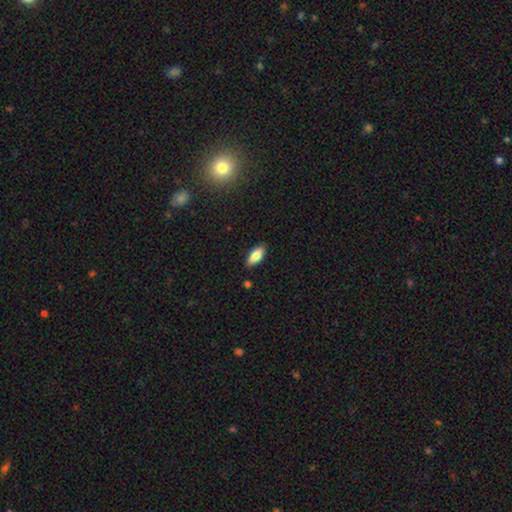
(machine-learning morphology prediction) smooth-or-featured: smooth: 79% | featured or disk: 14% | star or artifact: 7%
  how-rounded: in between: 81% | cigar-shaped: 17% | round: 2%
  merging: none: 86% | minor disturbance: 11% | major disturbance: 2% | merger: 2%